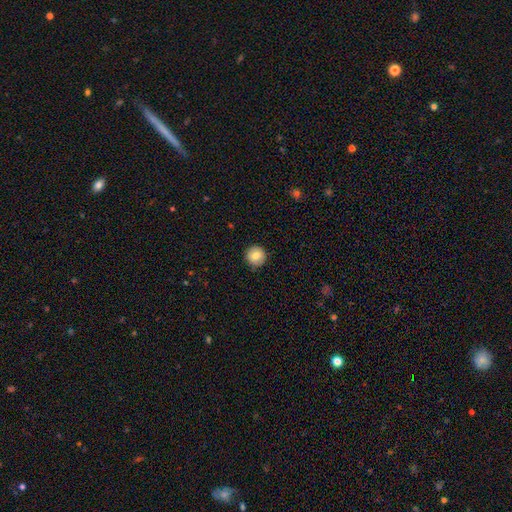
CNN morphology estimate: type=smooth (82%); roundness=round (96%); merging=none (90%).